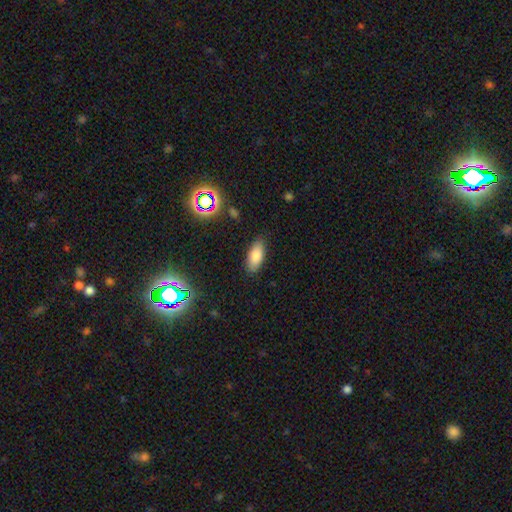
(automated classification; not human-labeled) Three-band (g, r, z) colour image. It shows a smooth galaxy with no disk features (80%) that is in between round and cigar-shaped (87%). Merging: none (84%).